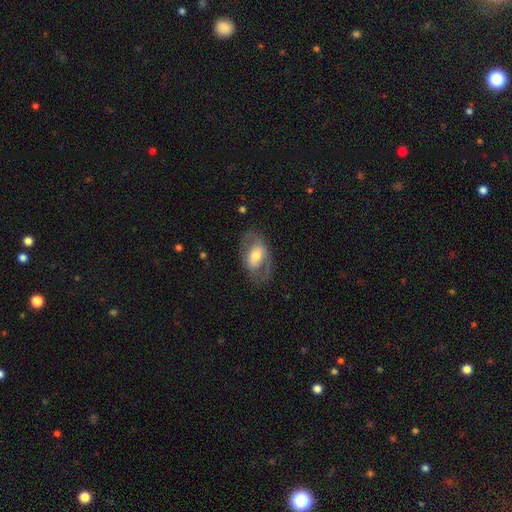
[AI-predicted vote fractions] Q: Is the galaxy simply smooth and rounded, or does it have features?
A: featured or disk — 58%.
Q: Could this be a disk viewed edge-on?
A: no — 92%.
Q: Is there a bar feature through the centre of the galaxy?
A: no — 40%.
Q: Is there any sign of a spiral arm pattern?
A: yes — 52%.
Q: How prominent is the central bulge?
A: moderate — 60%.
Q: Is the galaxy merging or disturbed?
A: none — 69%.